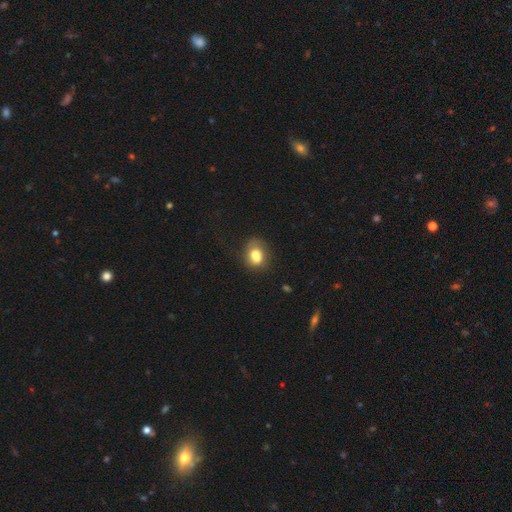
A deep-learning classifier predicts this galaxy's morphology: Smooth or featured?
  - smooth: 70% *
  - featured or disk: 20%
  - star or artifact: 10%
How rounded?
  - in between: 54% *
  - round: 44%
  - cigar-shaped: 1%
Merging?
  - none: 40% *
  - merger: 31%
  - minor disturbance: 19%
  - major disturbance: 10%